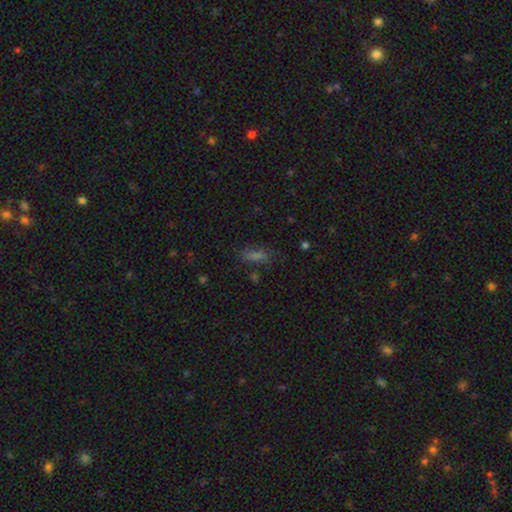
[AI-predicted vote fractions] Smooth or featured? smooth (55%)
How rounded? in between (51%)
Merging? none (70%)